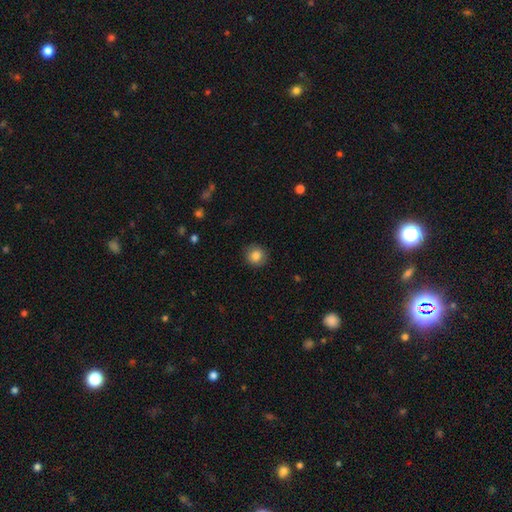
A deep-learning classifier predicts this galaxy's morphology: A smooth galaxy with no disk features (85%) that is round (89%). Merging: none (88%).